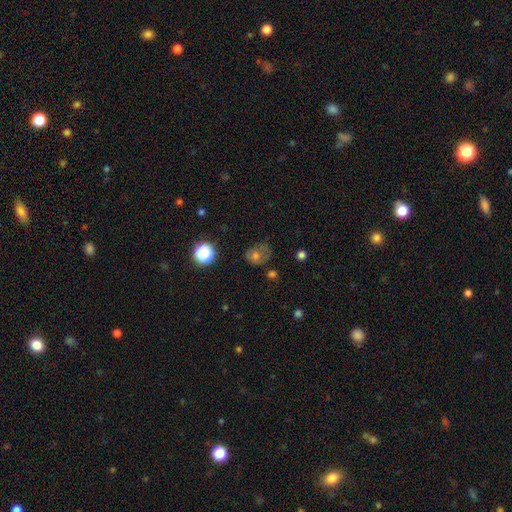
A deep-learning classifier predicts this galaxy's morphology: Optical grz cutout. It shows a smooth galaxy with no disk features (59%) that is round (61%). Merging: none (48%).